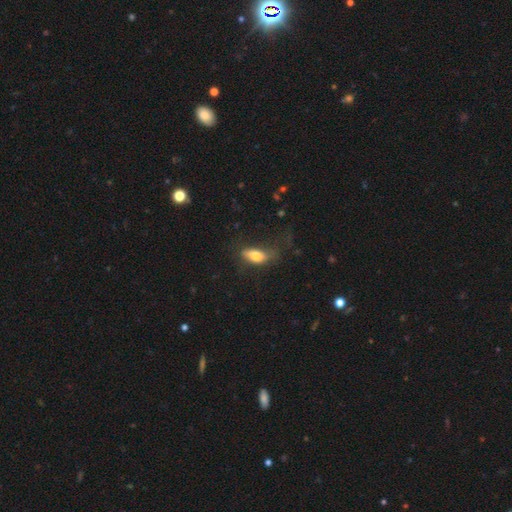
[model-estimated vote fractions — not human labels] A smooth galaxy with no disk features (74%) that is in between round and cigar-shaped (81%). Merging: none (46%).